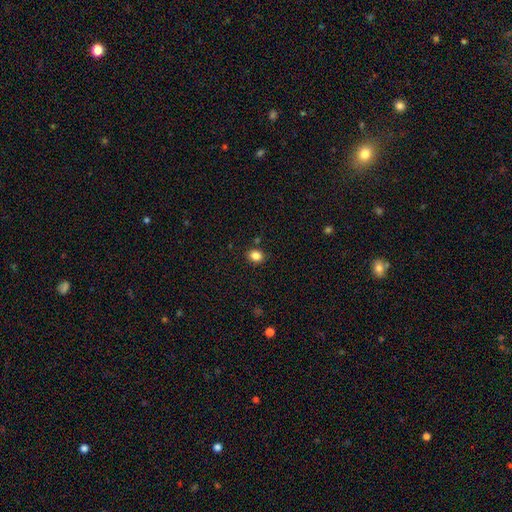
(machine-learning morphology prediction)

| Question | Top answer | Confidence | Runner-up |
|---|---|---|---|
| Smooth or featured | smooth | 84% | star or artifact (11%) |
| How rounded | round | 58% | in between (41%) |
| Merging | none | 85% | minor disturbance (9%) |